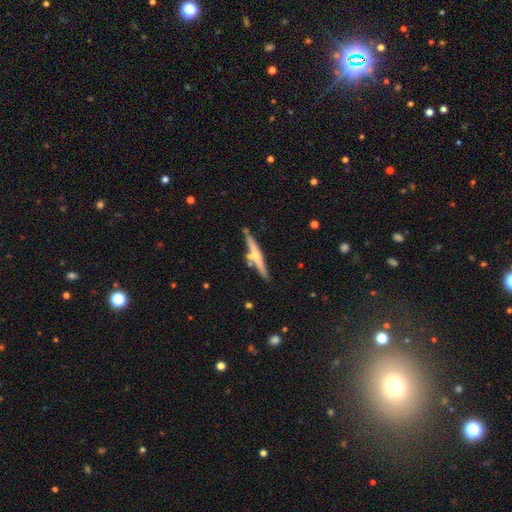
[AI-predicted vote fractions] Overall: featured or disk (58%; smooth 36%). Edge-on disk: yes (95%). Edge-on bulge: rounded (71%). Merging: none (73%).